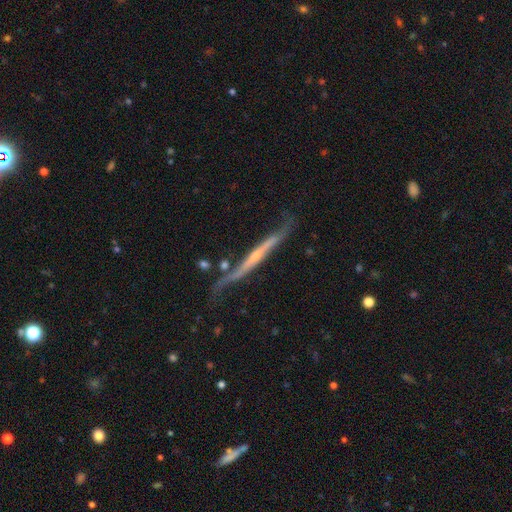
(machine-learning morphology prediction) Smooth or featured?
  - featured or disk: 81% *
  - smooth: 13%
  - star or artifact: 5%
Edge-on disk?
  - yes: 93% *
  - no: 7%
Edge-on bulge?
  - rounded: 58% *
  - none: 36%
  - boxy: 6%
Merging?
  - none: 62% *
  - minor disturbance: 26%
  - major disturbance: 7%
  - merger: 5%